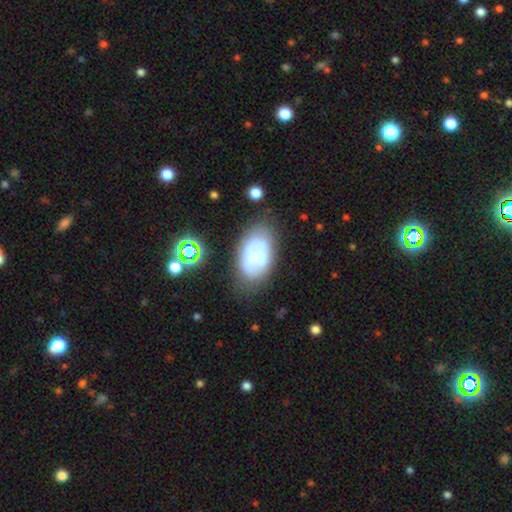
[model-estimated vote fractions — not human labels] Smooth or featured? smooth (46%)
Merging? none (62%)